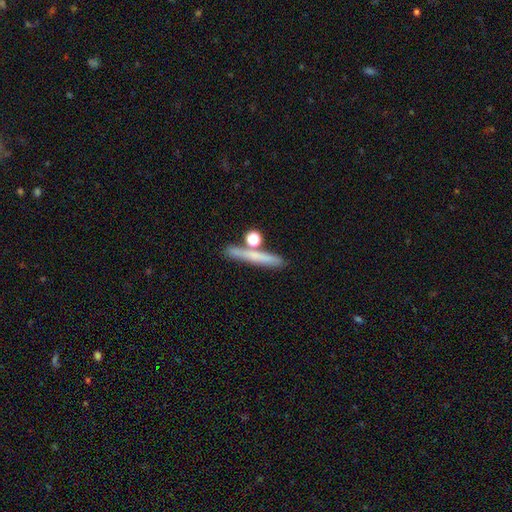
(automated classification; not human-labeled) A smooth galaxy with no disk features (61%) that is cigar-shaped (78%).

Vote fractions:
- Smooth or featured? smooth: 61% / featured or disk: 29% / star or artifact: 10%
- How rounded? cigar-shaped: 78% / round: 12% / in between: 10%
- Merging? none: 73% / merger: 12% / minor disturbance: 10% / major disturbance: 4%